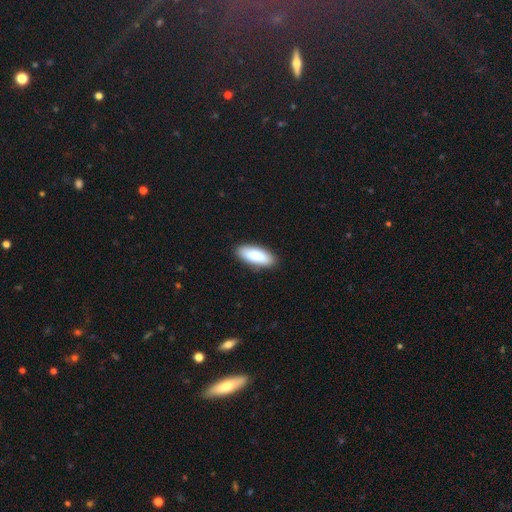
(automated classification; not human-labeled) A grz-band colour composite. It shows a smooth galaxy with no disk features (85%) that is in between round and cigar-shaped (72%). Merging: none (89%).